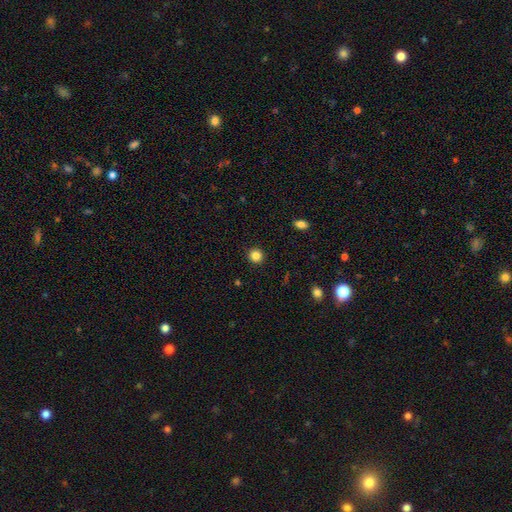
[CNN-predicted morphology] smooth 84%, star or artifact 12%, featured or disk 4%. Down the decision tree: how rounded — round (92%); merging — none (92%).